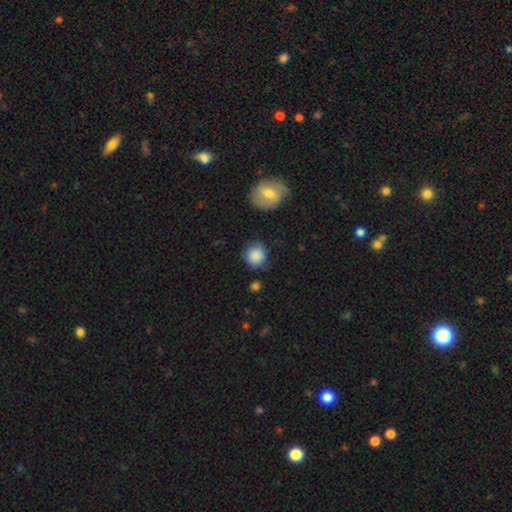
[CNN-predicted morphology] Smooth or featured?
  - smooth: 84% *
  - featured or disk: 9%
  - star or artifact: 7%
How rounded?
  - round: 86% *
  - in between: 12%
  - cigar-shaped: 1%
Merging?
  - none: 72% *
  - minor disturbance: 19%
  - major disturbance: 5%
  - merger: 3%